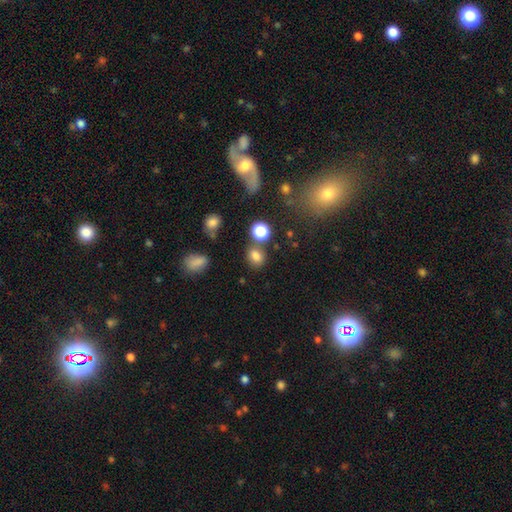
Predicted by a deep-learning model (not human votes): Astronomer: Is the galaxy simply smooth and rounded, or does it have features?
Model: smooth — 77%.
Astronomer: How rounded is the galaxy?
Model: round — 52% (runner-up: in between, 46%).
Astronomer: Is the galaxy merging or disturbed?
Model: none — 70%.